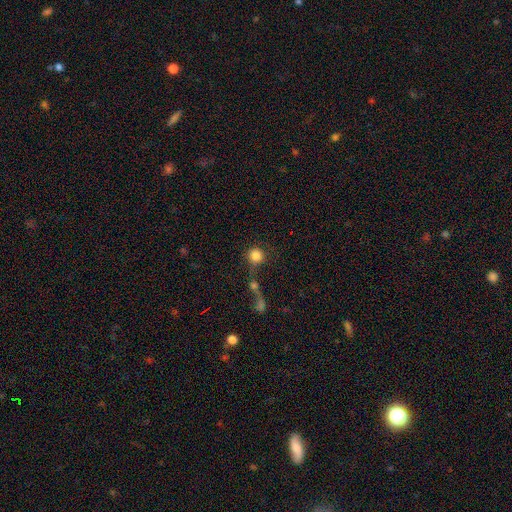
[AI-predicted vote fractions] A smooth galaxy with no disk features (82%) that is round (91%). Merging: none (46%).